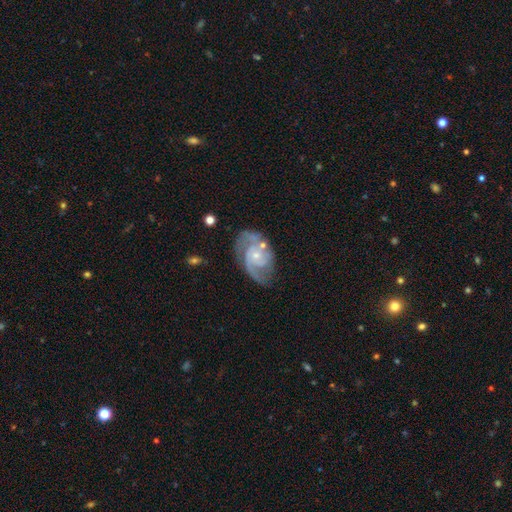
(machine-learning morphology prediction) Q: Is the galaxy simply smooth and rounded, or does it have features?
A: featured or disk — 88%.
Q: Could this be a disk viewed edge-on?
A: no — 97%.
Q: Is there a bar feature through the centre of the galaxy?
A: no — 65%.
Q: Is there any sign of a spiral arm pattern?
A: yes — 97%.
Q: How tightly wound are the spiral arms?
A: medium — 51%.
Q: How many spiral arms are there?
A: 2 — 76%.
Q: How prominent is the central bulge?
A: small — 73%.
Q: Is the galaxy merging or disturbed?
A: none — 66%.